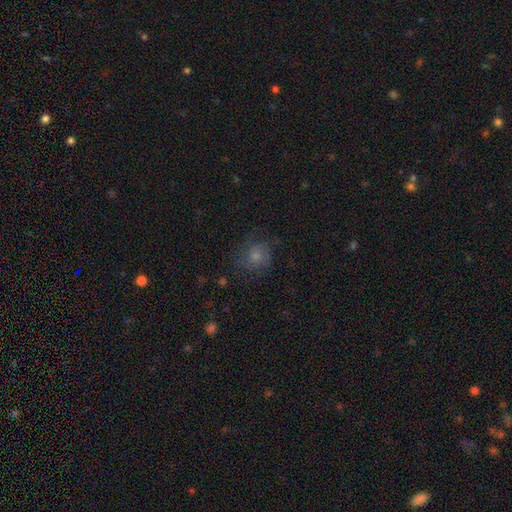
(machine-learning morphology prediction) This appears to be a smooth galaxy with no disk features (46%). Merging: none (74%).